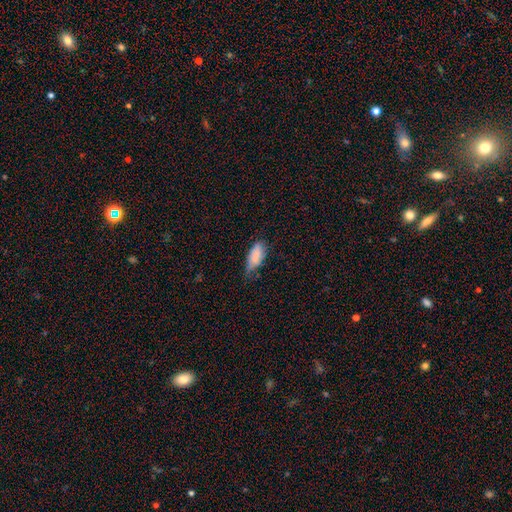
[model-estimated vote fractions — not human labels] Smooth or featured: smooth — 83% (featured or disk — 10%)
How rounded: in between — 88% (cigar-shaped — 10%)
Merging: minor disturbance — 45% (none — 42%)